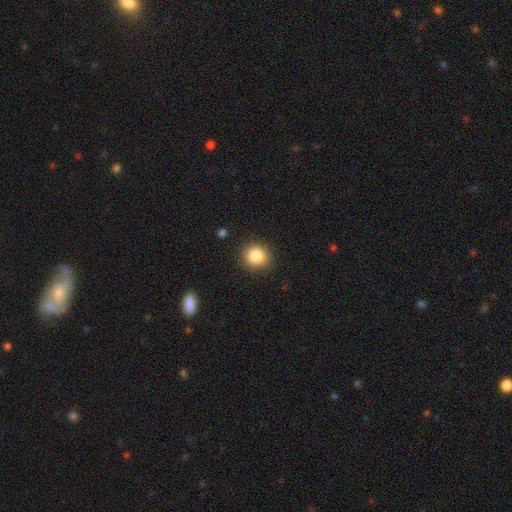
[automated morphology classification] Q: Smooth or featured?
A: smooth (86%); runner-up: star or artifact (10%)
Q: How rounded?
A: round (85%); runner-up: in between (14%)
Q: Merging?
A: none (87%); runner-up: minor disturbance (9%)